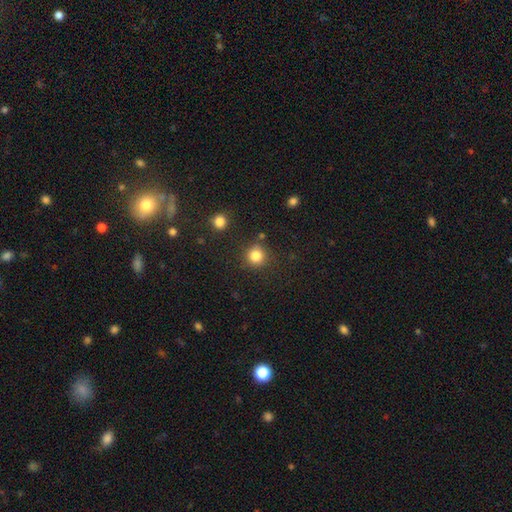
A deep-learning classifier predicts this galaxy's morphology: Q: Smooth or featured?
A: smooth (83%); runner-up: star or artifact (12%)
Q: How rounded?
A: round (92%); runner-up: in between (7%)
Q: Merging?
A: none (82%); runner-up: minor disturbance (10%)